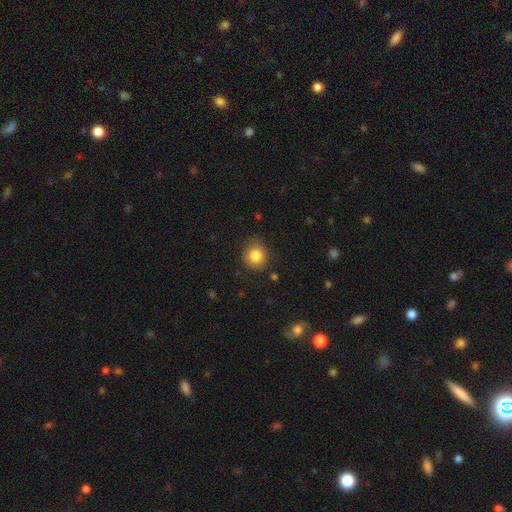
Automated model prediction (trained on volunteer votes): This appears to be a smooth galaxy with no disk features (84%) that is round (84%). Merging: none (83%).